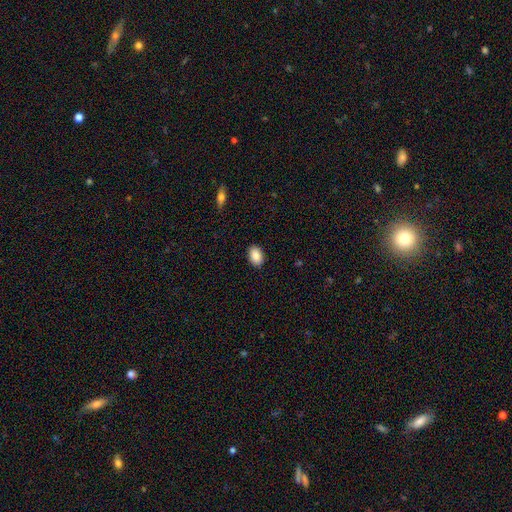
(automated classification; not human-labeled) This is clearly a smooth galaxy (89%). How rounded: clearly in between (85%). Merging: clearly none (90%).